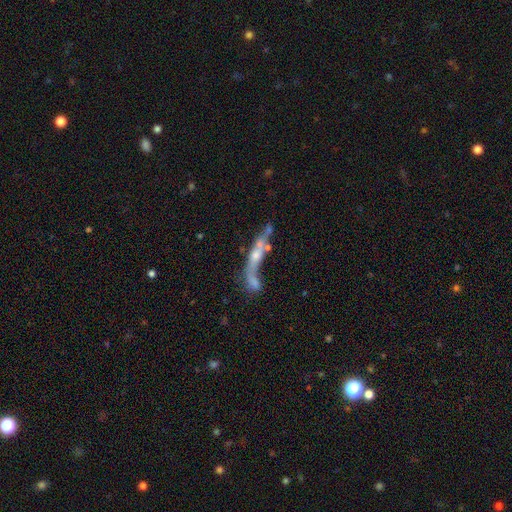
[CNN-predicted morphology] This is possibly a featured or disk galaxy (57%). It is possibly not viewed edge-on (58%). Merging: marginally merger (43%).